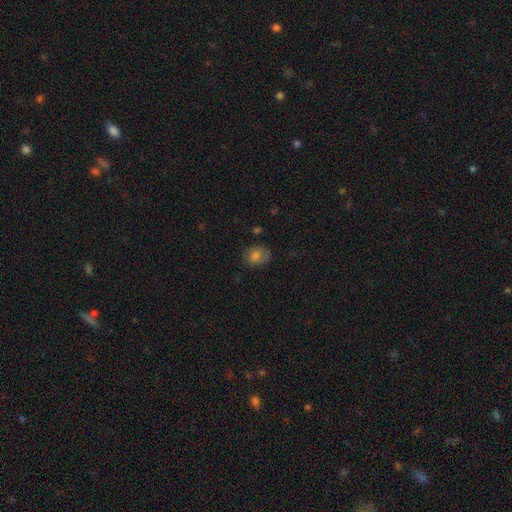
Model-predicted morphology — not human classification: Smooth or featured? Predicted: smooth (p=0.77). How rounded? Predicted: round (p=0.59). Merging? Predicted: none (p=0.70).